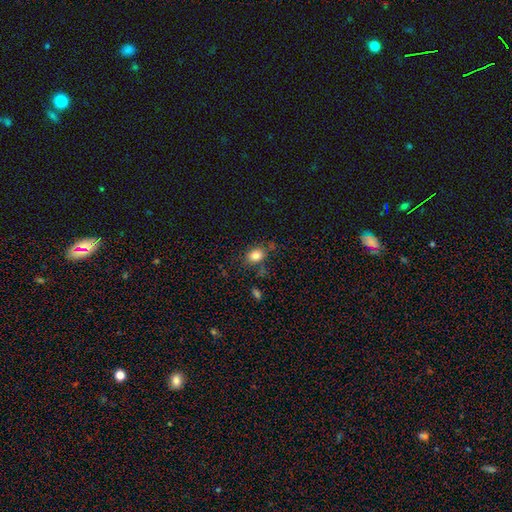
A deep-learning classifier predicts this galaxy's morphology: Q: Smooth or featured?
A: smooth (83%); runner-up: star or artifact (10%)
Q: How rounded?
A: in between (56%); runner-up: round (42%)
Q: Merging?
A: none (73%); runner-up: minor disturbance (17%)